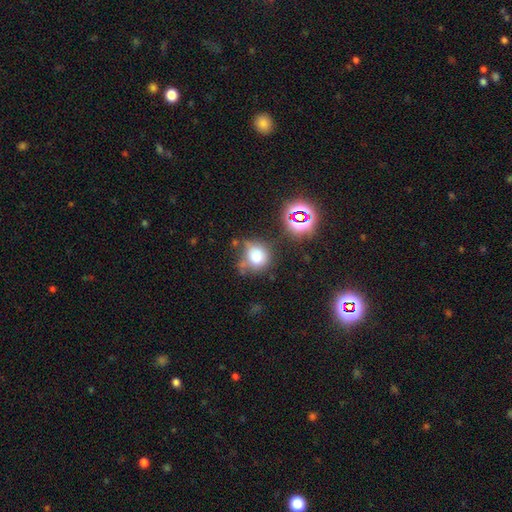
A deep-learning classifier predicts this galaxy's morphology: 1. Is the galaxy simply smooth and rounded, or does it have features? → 69% smooth, 18% star or artifact, 13% featured or disk.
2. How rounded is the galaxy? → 80% round, 19% in between, 1% cigar-shaped.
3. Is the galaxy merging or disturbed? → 50% none, 24% minor disturbance, 13% merger, 13% major disturbance.